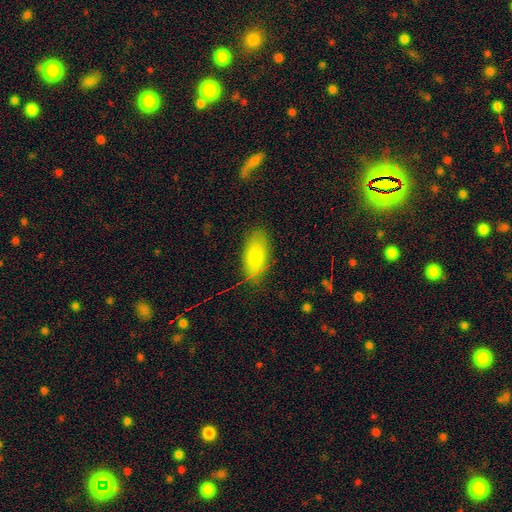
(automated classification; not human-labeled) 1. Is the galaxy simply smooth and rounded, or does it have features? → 81% smooth, 12% featured or disk, 7% star or artifact.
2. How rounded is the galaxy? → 89% in between, 8% cigar-shaped, 3% round.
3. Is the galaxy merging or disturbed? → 79% none, 16% minor disturbance, 4% major disturbance, 1% merger.